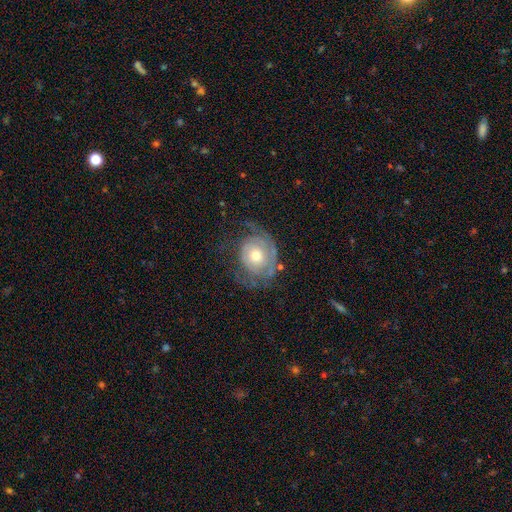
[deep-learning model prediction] A featured or disk galaxy (65%) with no bar (82%), spiral arms (74%) and a moderate central bulge (59%). Merging: none (49%).